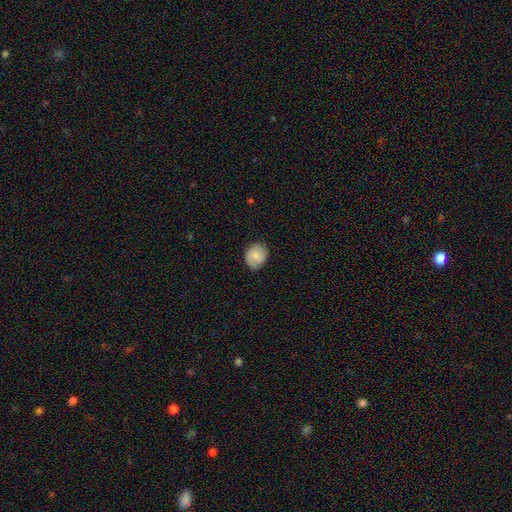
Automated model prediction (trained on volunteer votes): This is likely a smooth galaxy (63%). How rounded: likely round (66%). Merging: likely none (73%).